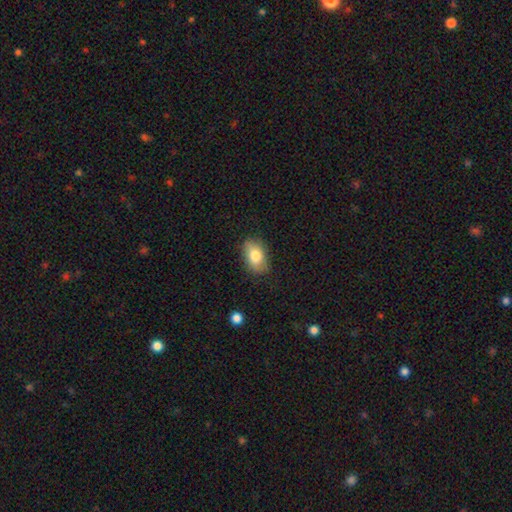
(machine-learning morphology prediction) The model was most divided on "merging": none: 81%, minor disturbance: 15%, major disturbance: 3%, merger: 1%. More confident: how rounded — in between (87%); smooth or featured — smooth (80%).